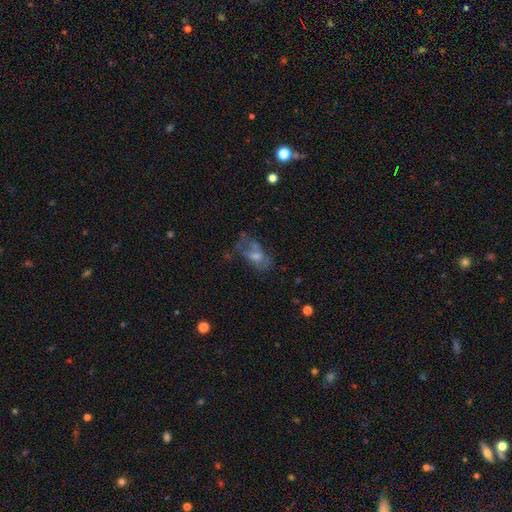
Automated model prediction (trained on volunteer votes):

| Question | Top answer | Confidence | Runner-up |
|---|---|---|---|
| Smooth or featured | featured or disk | 52% | smooth (30%) |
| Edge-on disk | no | 93% | yes (7%) |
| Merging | none | 42% | major disturbance (30%) |